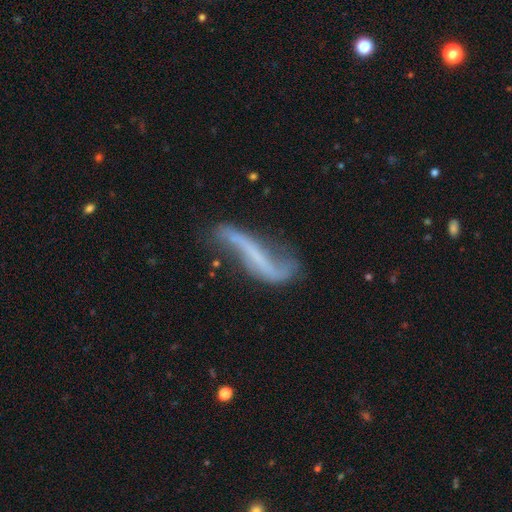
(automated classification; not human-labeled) smooth_or_featured: featured or disk (p=0.72) [alt: smooth p=0.20]
disk_edge_on: no (p=0.74) [alt: yes p=0.26]
bar: strong (p=0.46) [alt: no p=0.30]
has_spiral_arms: yes (p=0.78) [alt: no p=0.22]
bulge_size: none (p=0.58) [alt: small p=0.33]
merging: none (p=0.48) [alt: minor disturbance p=0.27]